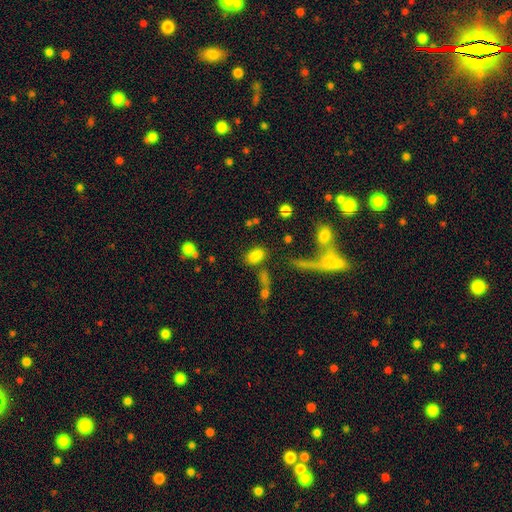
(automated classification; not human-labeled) Overall: smooth (81%). How rounded: in between (90%). Merging: none (69%).